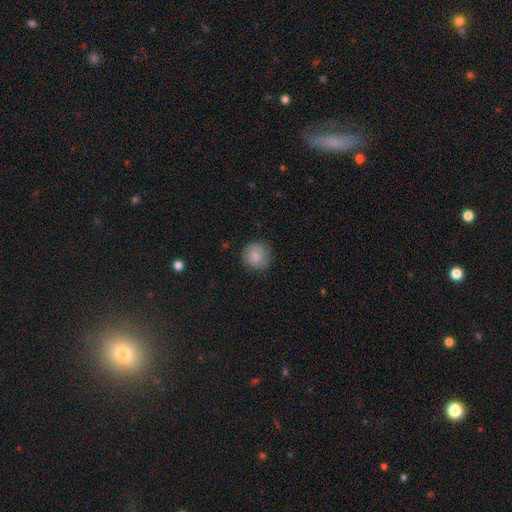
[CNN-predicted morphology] Smooth or featured?
  - smooth: 61% *
  - featured or disk: 31%
  - star or artifact: 8%
How rounded?
  - round: 91% *
  - in between: 8%
  - cigar-shaped: 1%
Merging?
  - none: 82% *
  - minor disturbance: 13%
  - major disturbance: 4%
  - merger: 1%